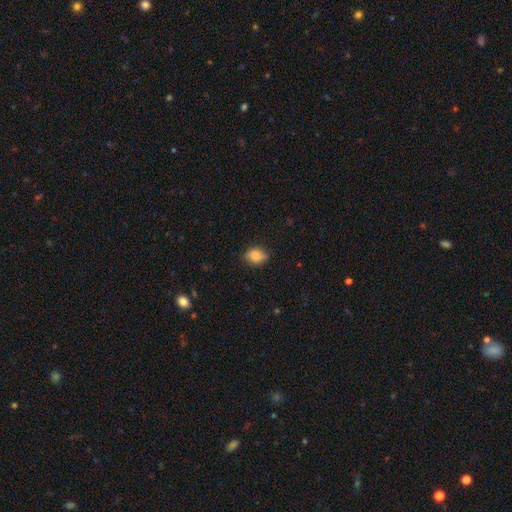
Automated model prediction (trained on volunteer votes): smooth 81%, featured or disk 10%, star or artifact 9%. Down the decision tree: how rounded — in between (55%); merging — none (69%).